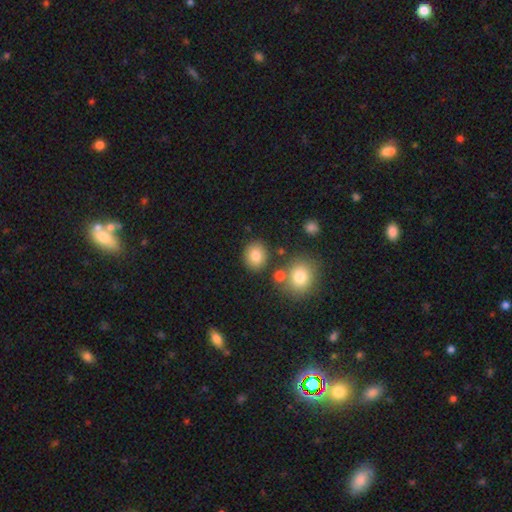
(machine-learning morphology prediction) Smooth or featured: smooth — 81% (star or artifact — 11%)
How rounded: round — 71% (in between — 28%)
Merging: none — 81% (minor disturbance — 9%)